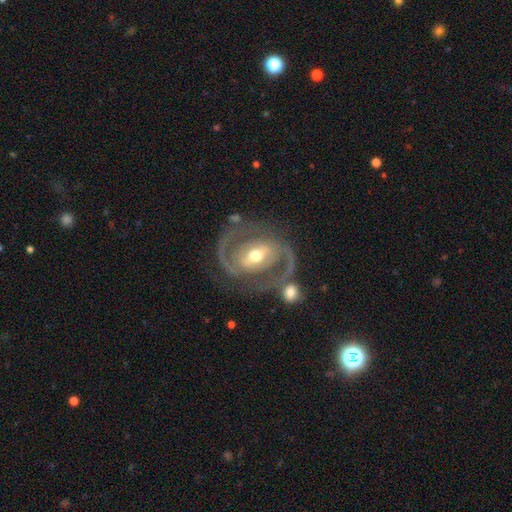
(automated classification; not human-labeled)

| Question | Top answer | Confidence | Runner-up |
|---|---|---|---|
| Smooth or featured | featured or disk | 89% | smooth (7%) |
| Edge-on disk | no | 97% | yes (3%) |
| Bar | strong | 44% | weak (38%) |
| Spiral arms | yes | 93% | no (7%) |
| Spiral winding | medium | 52% | tight (31%) |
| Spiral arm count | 2 | 89% | can't tell (4%) |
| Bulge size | moderate | 73% | small (18%) |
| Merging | none | 62% | minor disturbance (15%) |